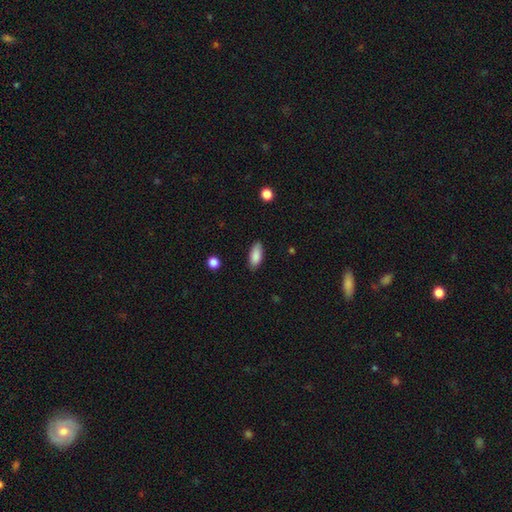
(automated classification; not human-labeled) Morphology: type=smooth (87%); roundness=in between (82%); merging=none (84%).